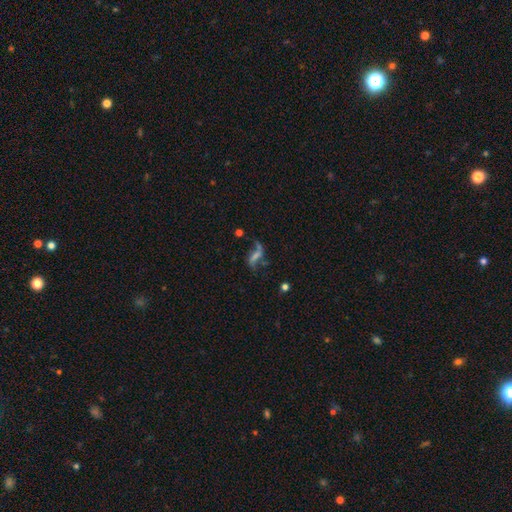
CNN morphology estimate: The model was most divided on "bar": strong: 40%, no: 32%, weak: 29%. Remaining: edge-on disk — no (89%); spiral arms — yes (74%); smooth or featured — featured or disk (60%); bulge size — none (58%); merging — none (46%).